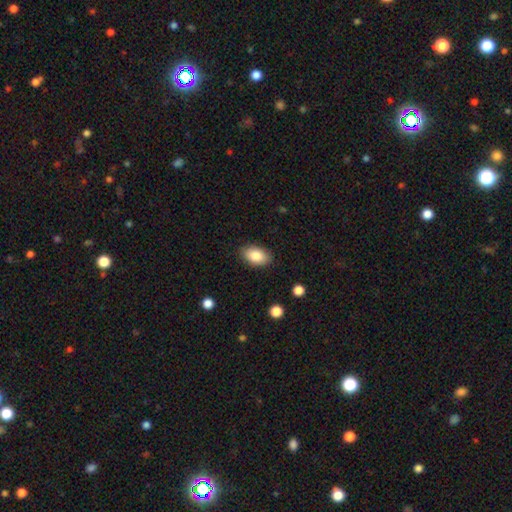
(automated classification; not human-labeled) smooth 86%, featured or disk 7%, star or artifact 7%. Down the decision tree: how rounded — in between (92%); merging — none (87%).